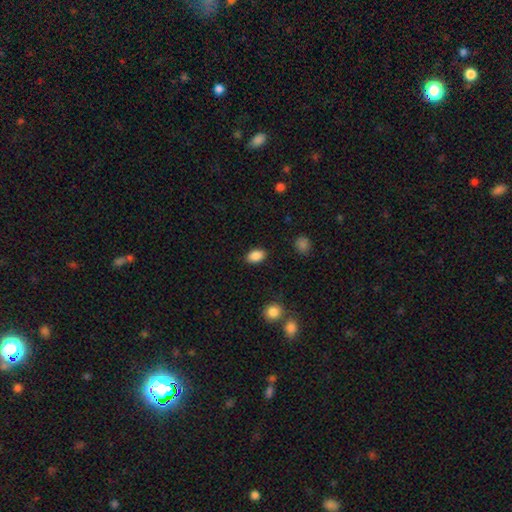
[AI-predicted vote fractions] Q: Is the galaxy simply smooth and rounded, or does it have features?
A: smooth — 88%.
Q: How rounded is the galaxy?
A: in between — 87%.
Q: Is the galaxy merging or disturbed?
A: none — 88%.